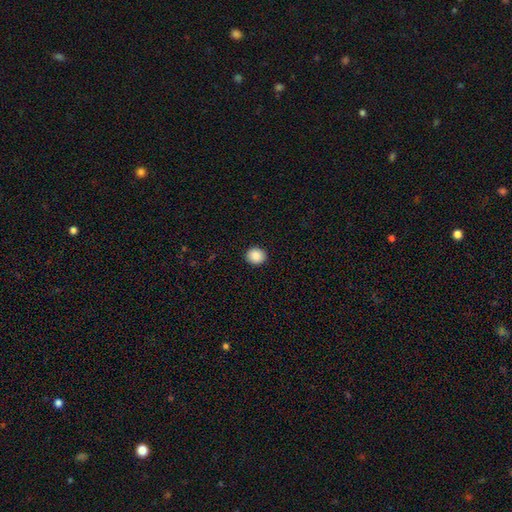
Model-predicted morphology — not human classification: This appears to be a smooth galaxy with no disk features (88%) that is round (78%). Merging: none (92%).